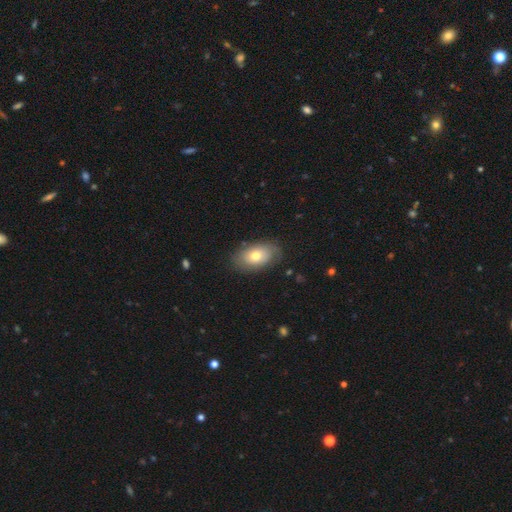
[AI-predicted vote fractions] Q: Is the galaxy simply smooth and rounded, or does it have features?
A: smooth — 65%.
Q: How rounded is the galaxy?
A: in between — 89%.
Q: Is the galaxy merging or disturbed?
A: none — 78%.